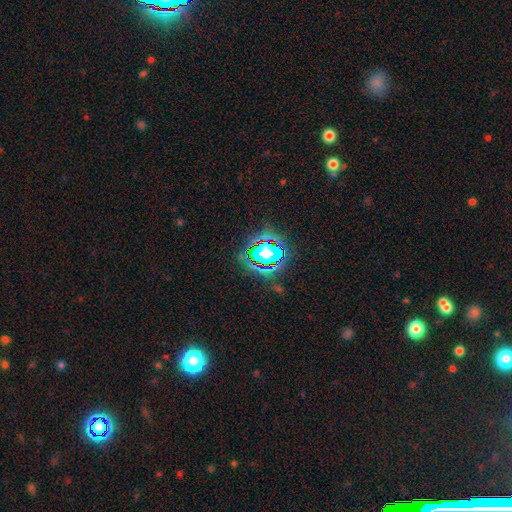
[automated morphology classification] smooth-or-featured: star or artifact: 80% | smooth: 12% | featured or disk: 8%